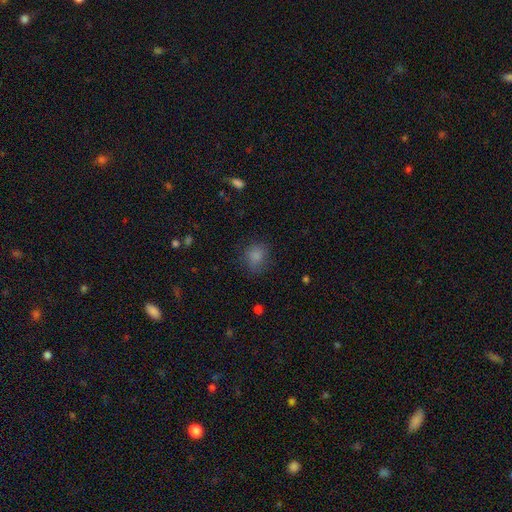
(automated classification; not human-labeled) Smooth or featured?
  - smooth: 82% *
  - star or artifact: 12%
  - featured or disk: 7%
How rounded?
  - round: 64% *
  - in between: 35%
  - cigar-shaped: 1%
Merging?
  - none: 70% *
  - minor disturbance: 20%
  - major disturbance: 8%
  - merger: 1%